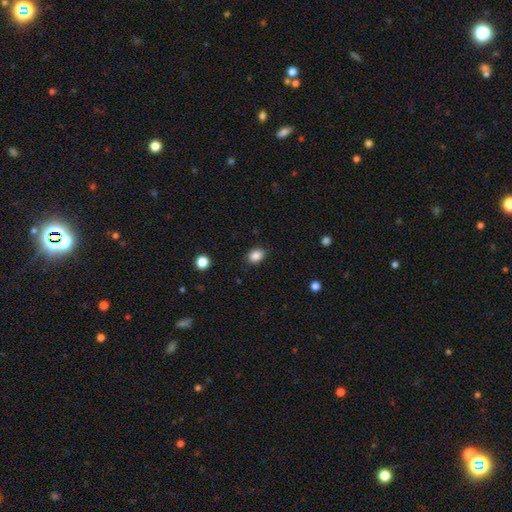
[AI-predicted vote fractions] Smooth or featured? Predicted: smooth (p=0.87). How rounded? Predicted: in between (p=0.74). Merging? Predicted: none (p=0.86).